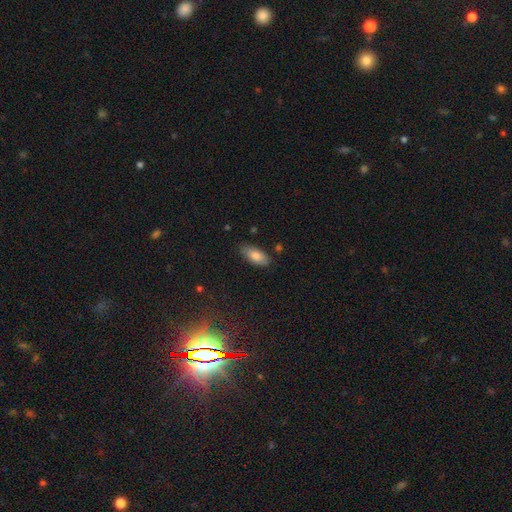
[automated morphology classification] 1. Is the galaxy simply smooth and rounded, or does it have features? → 82% smooth, 11% featured or disk, 7% star or artifact.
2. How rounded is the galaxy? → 89% in between, 9% cigar-shaped, 2% round.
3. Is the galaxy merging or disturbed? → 82% none, 14% minor disturbance, 2% major disturbance, 2% merger.